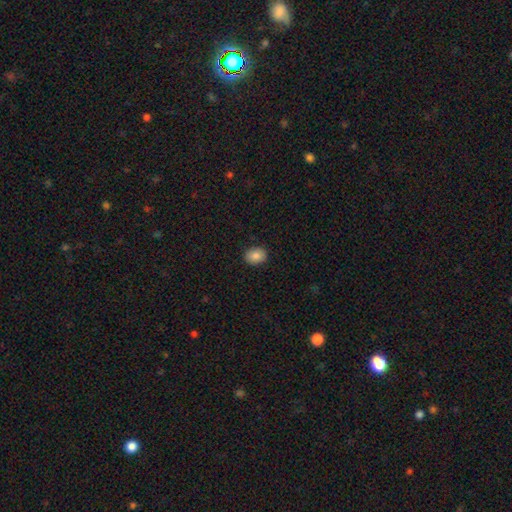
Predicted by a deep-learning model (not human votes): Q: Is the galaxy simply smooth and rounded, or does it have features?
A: smooth — 86%.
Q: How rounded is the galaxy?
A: in between — 54%.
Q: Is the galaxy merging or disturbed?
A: none — 89%.